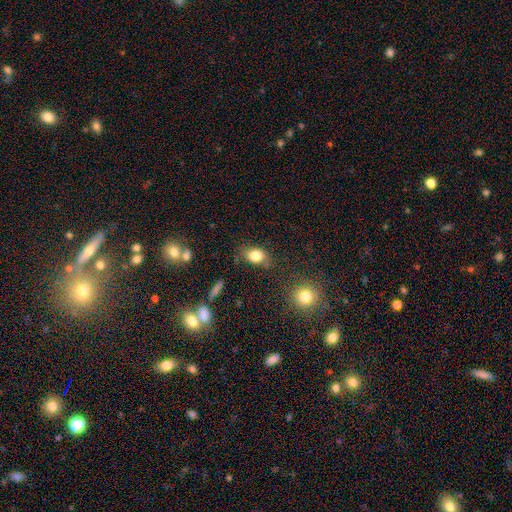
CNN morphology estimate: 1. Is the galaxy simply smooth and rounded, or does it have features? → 81% smooth, 10% star or artifact, 9% featured or disk.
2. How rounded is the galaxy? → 70% in between, 29% round, 2% cigar-shaped.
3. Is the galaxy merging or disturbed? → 71% none, 20% minor disturbance, 5% major disturbance, 4% merger.